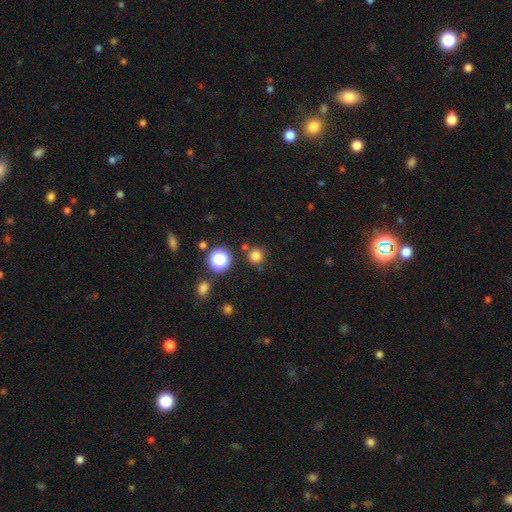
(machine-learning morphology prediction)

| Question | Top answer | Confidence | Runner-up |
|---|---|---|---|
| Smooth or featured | smooth | 78% | star or artifact (17%) |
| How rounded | round | 93% | in between (6%) |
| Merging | none | 82% | minor disturbance (8%) |